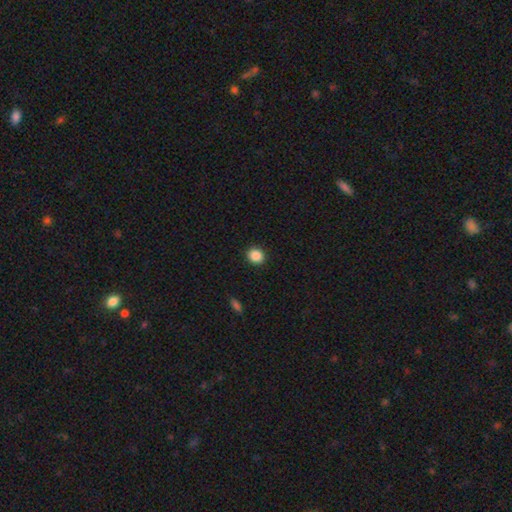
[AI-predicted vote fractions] This is clearly a smooth galaxy (87%). How rounded: likely round (76%). Merging: clearly none (92%).